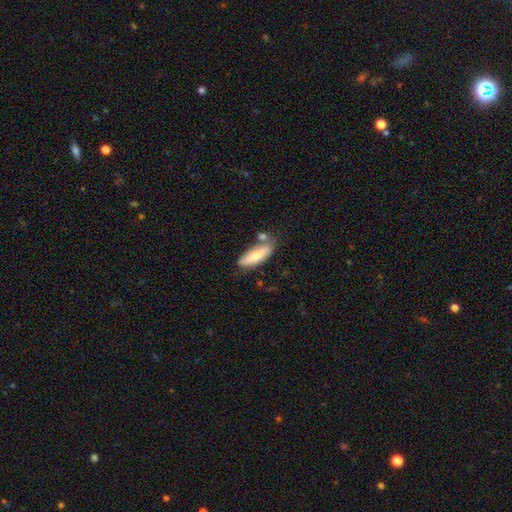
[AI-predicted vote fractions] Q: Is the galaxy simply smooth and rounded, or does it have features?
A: smooth — 68%.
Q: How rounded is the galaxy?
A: in between — 54%.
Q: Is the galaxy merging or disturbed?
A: none — 60%.